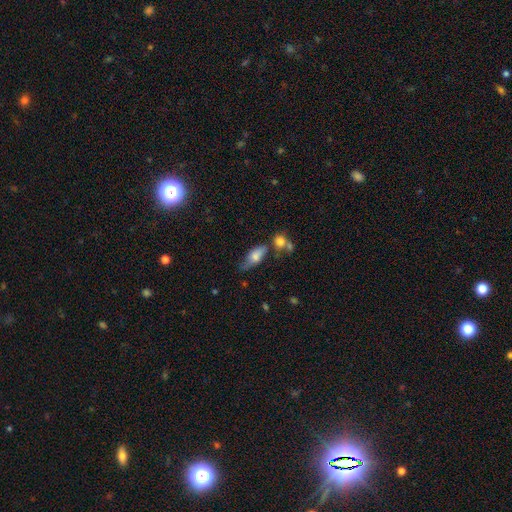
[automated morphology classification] smooth-or-featured: smooth: 67% | featured or disk: 24% | star or artifact: 8%
  how-rounded: in between: 79% | cigar-shaped: 17% | round: 5%
  merging: none: 42% | minor disturbance: 28% | merger: 17% | major disturbance: 13%